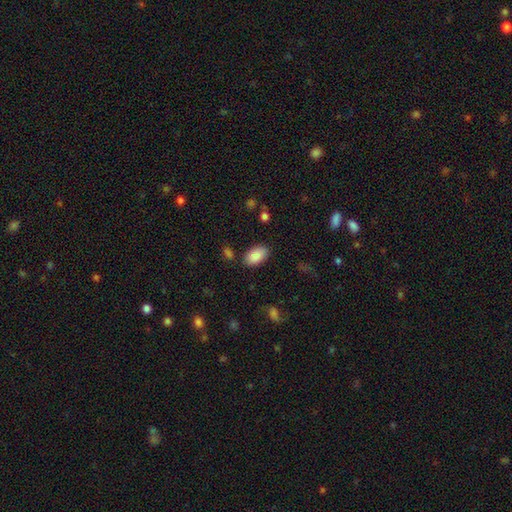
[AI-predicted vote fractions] Smooth or featured?
  - smooth: 86% *
  - star or artifact: 7%
  - featured or disk: 7%
How rounded?
  - in between: 94% *
  - round: 5%
  - cigar-shaped: 1%
Merging?
  - none: 83% *
  - minor disturbance: 11%
  - major disturbance: 3%
  - merger: 3%